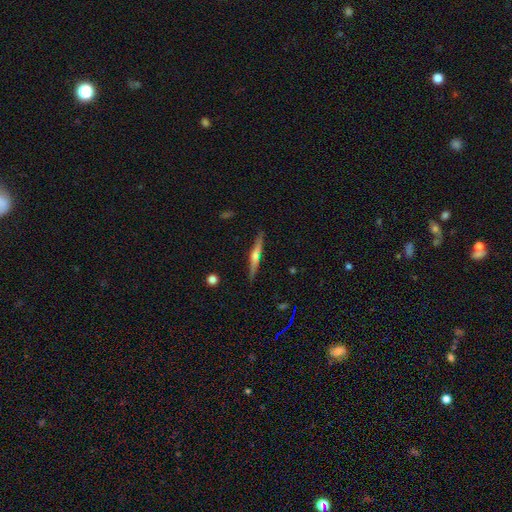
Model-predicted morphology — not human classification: Smooth or featured? Predicted: featured or disk (p=0.60). Edge-on disk? Predicted: yes (p=0.97). Edge-on bulge? Predicted: rounded (p=0.74). Merging? Predicted: none (p=0.88).